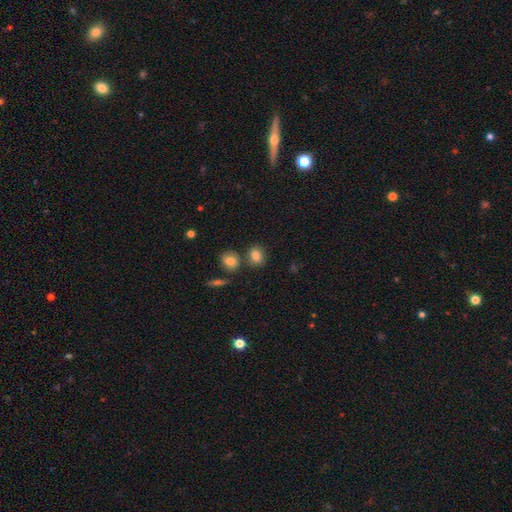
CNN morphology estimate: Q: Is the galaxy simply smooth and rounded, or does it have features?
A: smooth — 81%.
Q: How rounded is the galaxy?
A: round — 52%.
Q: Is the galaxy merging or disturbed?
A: none — 70%.